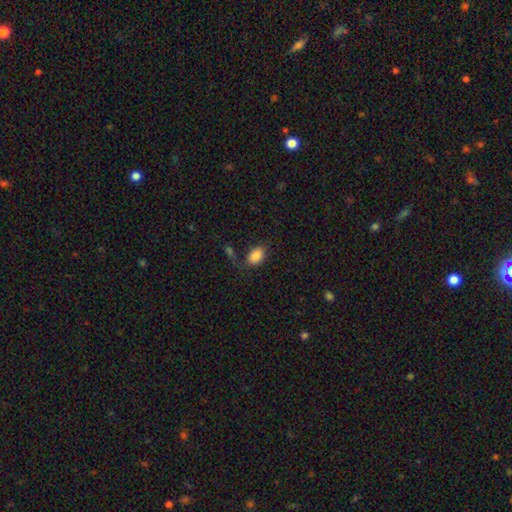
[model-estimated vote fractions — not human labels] A smooth galaxy with no disk features (86%) that is in between round and cigar-shaped (80%). Merging: none (67%).